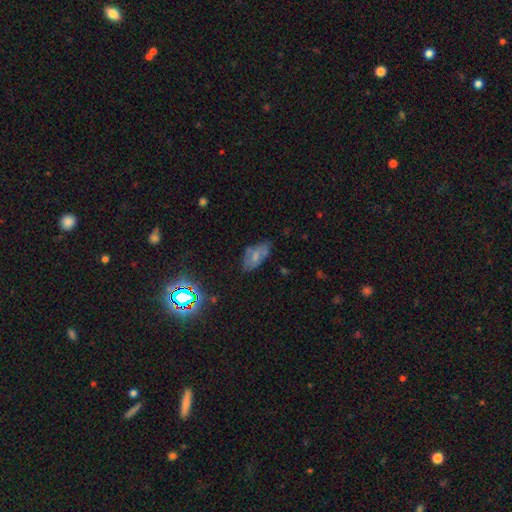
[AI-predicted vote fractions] smooth 50%, featured or disk 35%, star or artifact 15%. Down the decision tree: how rounded — in between (90%); merging — none (55%).